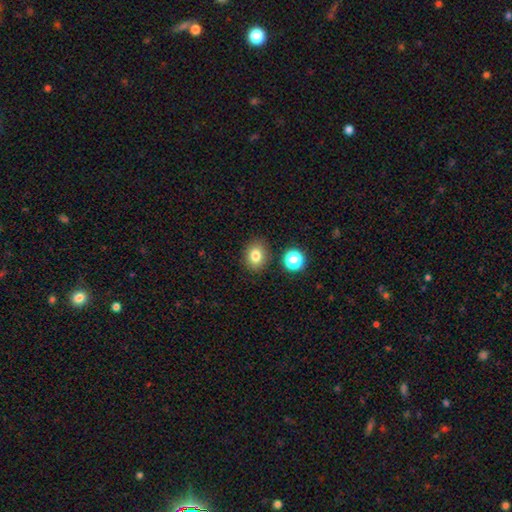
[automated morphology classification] A smooth galaxy with no disk features (79%) that is round (55%). Merging: none (85%).